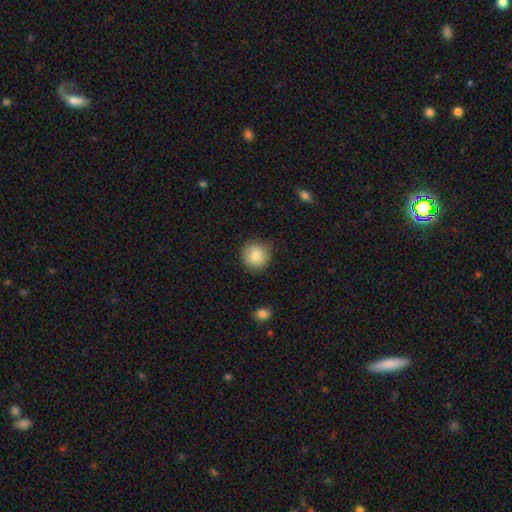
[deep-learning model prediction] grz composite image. It shows a smooth galaxy with no disk features (81%) that is round (90%). Merging: none (82%).